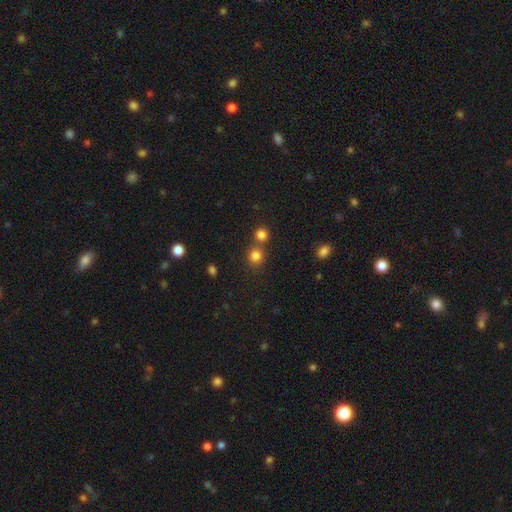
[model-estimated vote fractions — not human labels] smooth_or_featured: smooth (p=0.81) [alt: star or artifact p=0.14]
how_rounded: round (p=0.87) [alt: in between p=0.12]
merging: none (p=0.64) [alt: merger p=0.27]